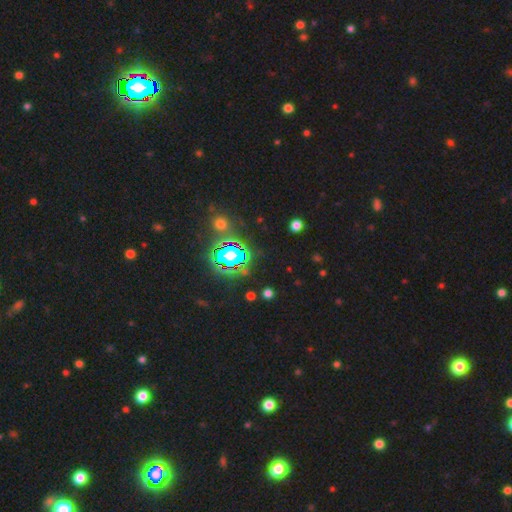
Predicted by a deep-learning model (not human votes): smooth_or_featured: star or artifact (p=0.81) [alt: smooth p=0.12]